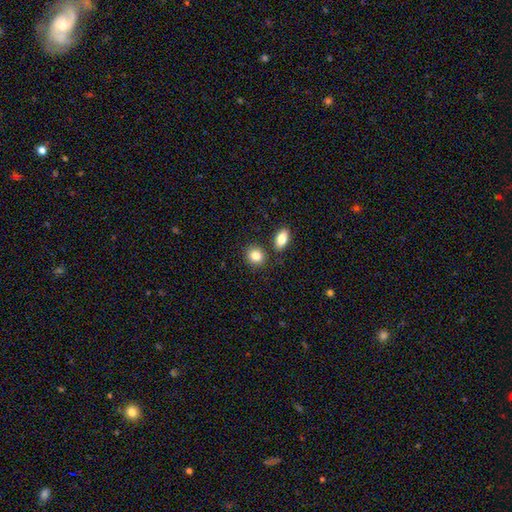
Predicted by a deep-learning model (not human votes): Smooth or featured? Predicted: smooth (p=0.85). How rounded? Predicted: round (p=0.69). Merging? Predicted: none (p=0.77).